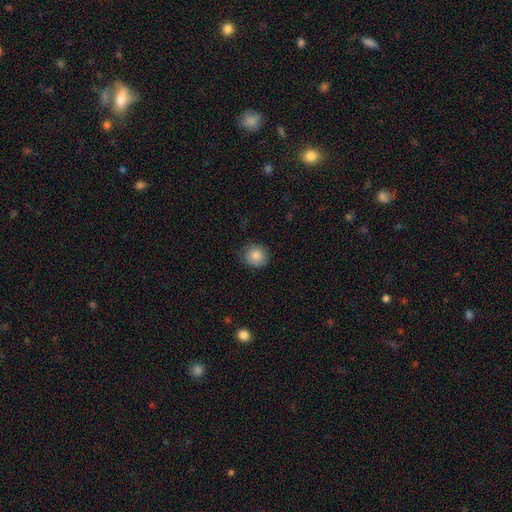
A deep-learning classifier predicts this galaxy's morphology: smooth-or-featured: smooth: 82% | featured or disk: 9% | star or artifact: 8%
  how-rounded: round: 79% | in between: 20% | cigar-shaped: 1%
  merging: none: 79% | minor disturbance: 17% | major disturbance: 4% | merger: 1%